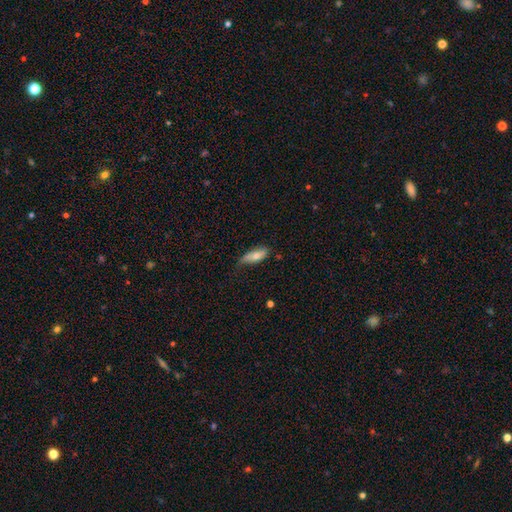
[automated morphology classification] The model was most divided on "merging": none: 51%, minor disturbance: 38%, major disturbance: 10%, merger: 2%. More confident: smooth or featured — smooth (70%); how rounded — in between (69%).